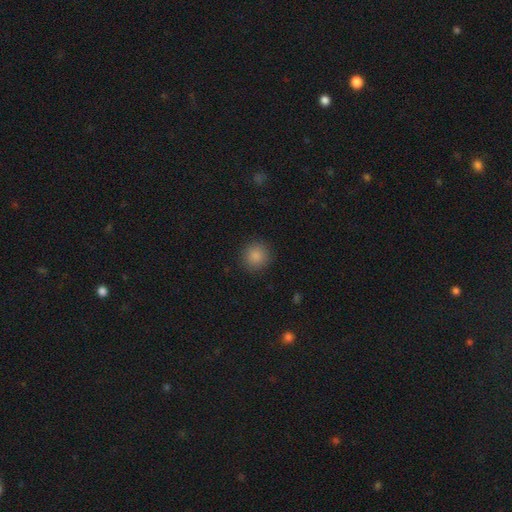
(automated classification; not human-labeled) smooth-or-featured: smooth: 86% | star or artifact: 10% | featured or disk: 4%
  how-rounded: round: 93% | in between: 6% | cigar-shaped: 1%
  merging: none: 91% | minor disturbance: 6% | major disturbance: 2% | merger: 1%